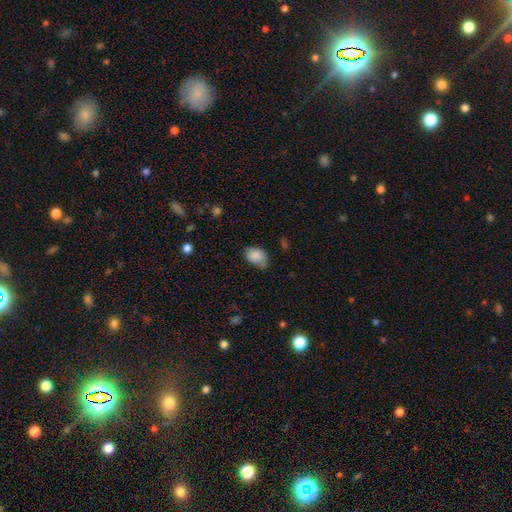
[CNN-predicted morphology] A smooth galaxy with no disk features (86%) that is in between round and cigar-shaped (79%). Merging: none (51%).